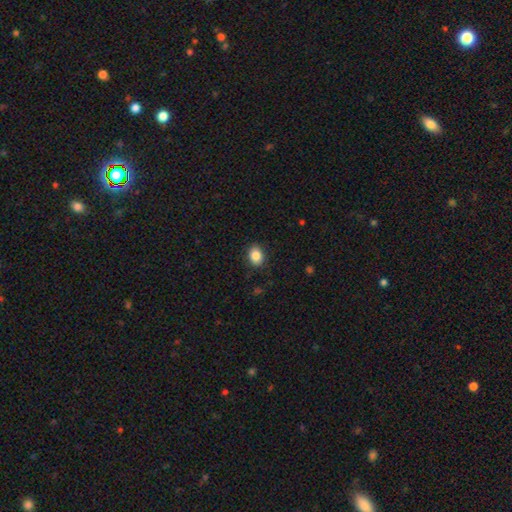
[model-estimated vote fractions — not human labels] Smooth or featured? smooth (86%)
How rounded? in between (61%)
Merging? none (87%)